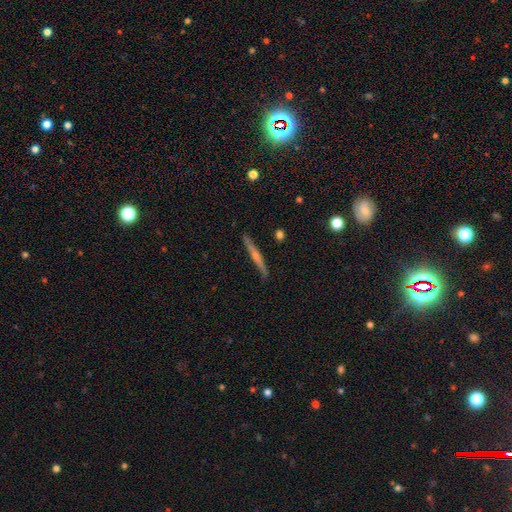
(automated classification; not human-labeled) Smooth or featured: featured or disk — 66% (smooth — 27%)
Edge-on disk: yes — 97% (no — 3%)
Edge-on bulge: rounded — 66% (none — 28%)
Merging: none — 88% (minor disturbance — 9%)